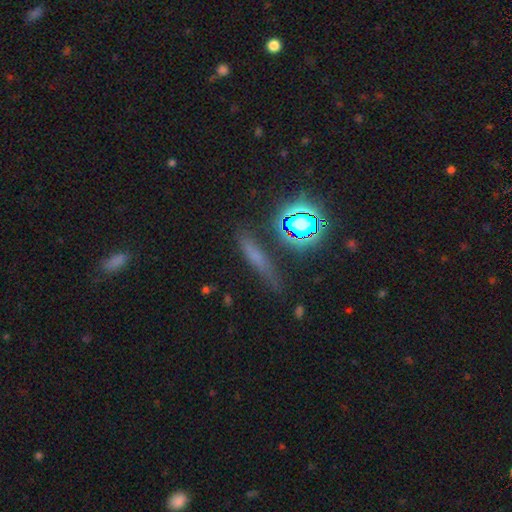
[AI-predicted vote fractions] Smooth or featured?
  - smooth: 55% *
  - star or artifact: 23%
  - featured or disk: 22%
How rounded?
  - cigar-shaped: 80% *
  - in between: 14%
  - round: 6%
Merging?
  - none: 73% *
  - minor disturbance: 18%
  - major disturbance: 6%
  - merger: 3%